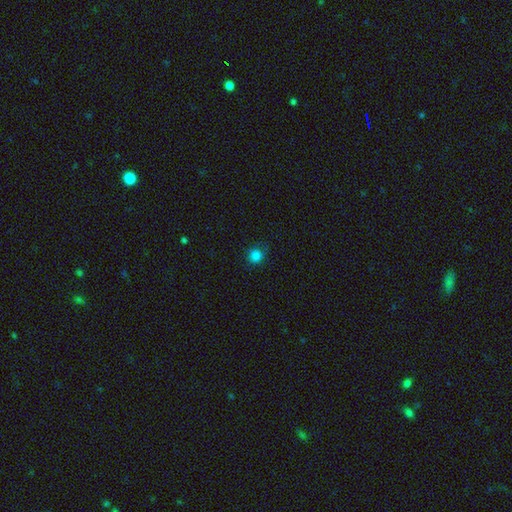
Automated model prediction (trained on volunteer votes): A smooth galaxy with no disk features (84%) that is round (88%).

Vote fractions:
- Smooth or featured? smooth: 84% / star or artifact: 13% / featured or disk: 4%
- How rounded? round: 88% / in between: 11% / cigar-shaped: 1%
- Merging? none: 80% / minor disturbance: 15% / major disturbance: 4% / merger: 1%